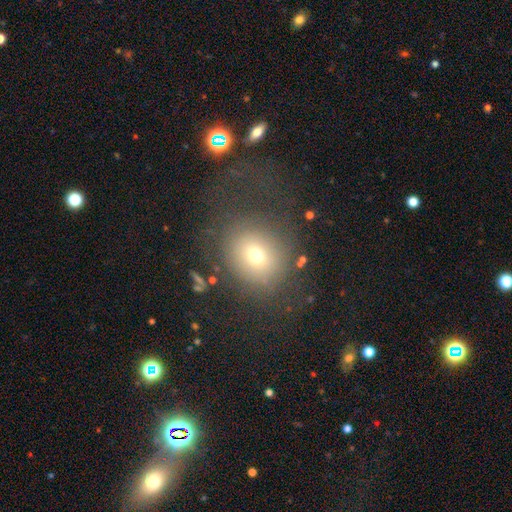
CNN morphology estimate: smooth_or_featured: smooth (p=0.65) [alt: featured or disk p=0.18]
how_rounded: round (p=0.71) [alt: in between p=0.28]
merging: none (p=0.53) [alt: major disturbance p=0.29]